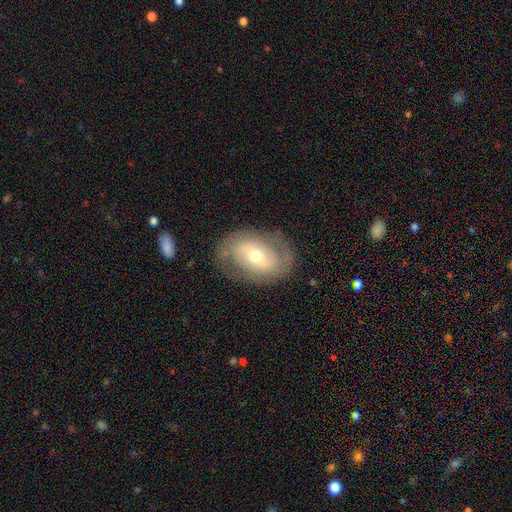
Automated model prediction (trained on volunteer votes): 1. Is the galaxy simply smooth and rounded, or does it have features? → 61% featured or disk, 32% smooth, 7% star or artifact.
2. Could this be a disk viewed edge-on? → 94% no, 6% yes.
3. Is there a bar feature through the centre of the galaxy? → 48% no, 34% weak, 19% strong.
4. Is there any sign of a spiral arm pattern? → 60% yes, 40% no.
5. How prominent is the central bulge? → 60% moderate, 33% small, 5% large, 1% dominant, 1% none.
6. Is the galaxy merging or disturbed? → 77% none, 14% minor disturbance, 7% major disturbance, 2% merger.